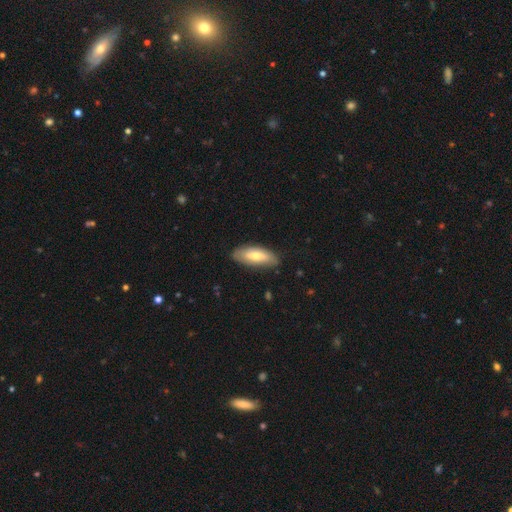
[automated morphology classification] smooth-or-featured: smooth: 66% | featured or disk: 29% | star or artifact: 6%
  how-rounded: in between: 75% | cigar-shaped: 23% | round: 2%
  merging: none: 81% | minor disturbance: 15% | major disturbance: 3% | merger: 1%